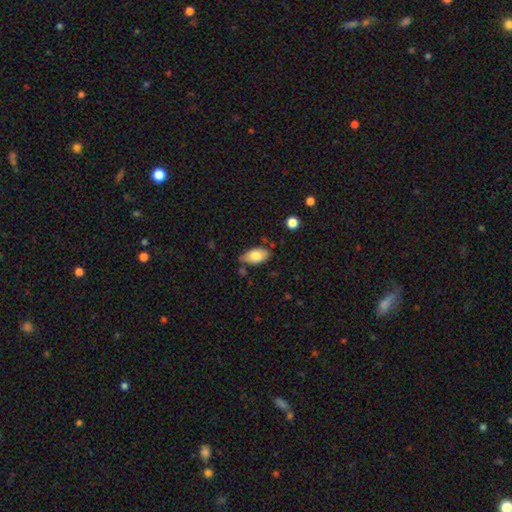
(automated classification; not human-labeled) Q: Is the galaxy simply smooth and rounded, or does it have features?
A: smooth — 78%.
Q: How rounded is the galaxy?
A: in between — 93%.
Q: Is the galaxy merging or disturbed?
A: none — 67%.